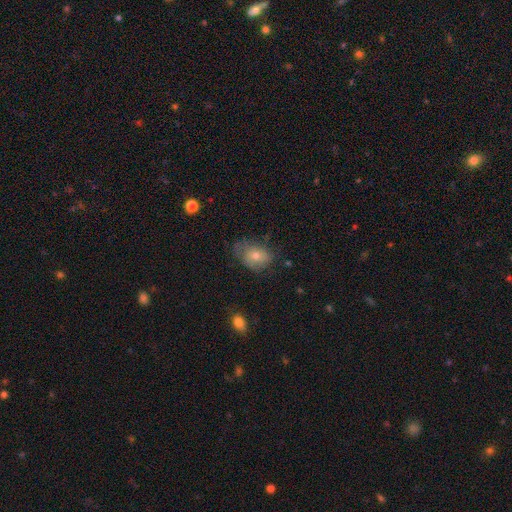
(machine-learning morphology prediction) Smooth or featured?
  - smooth: 56% *
  - featured or disk: 32%
  - star or artifact: 11%
How rounded?
  - in between: 69% *
  - round: 29%
  - cigar-shaped: 1%
Merging?
  - none: 52% *
  - minor disturbance: 31%
  - major disturbance: 16%
  - merger: 2%